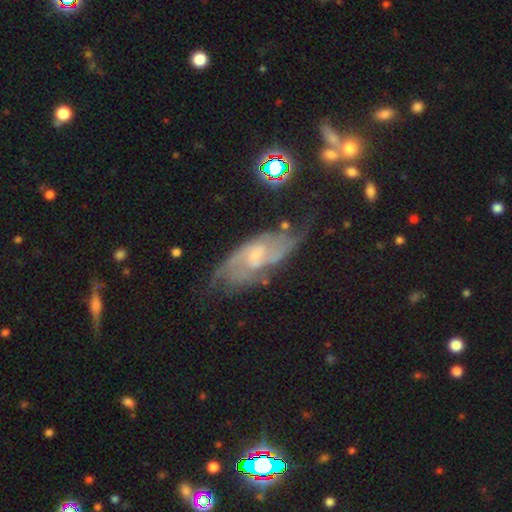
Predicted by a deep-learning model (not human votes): Smooth or featured? featured or disk (77%)
Edge-on disk? no (90%)
Bar? weak (48%)
Spiral arms? yes (90%)
Spiral winding? medium (46%)
Spiral arm count? 2 (51%)
Bulge size? small (56%)
Merging? none (61%)